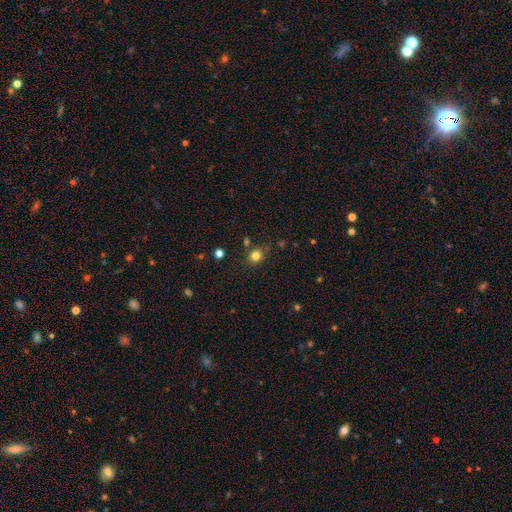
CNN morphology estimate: The model was most divided on "how rounded": round: 72%, in between: 27%, cigar-shaped: 1%. More confident: smooth or featured — smooth (80%); merging — none (79%).